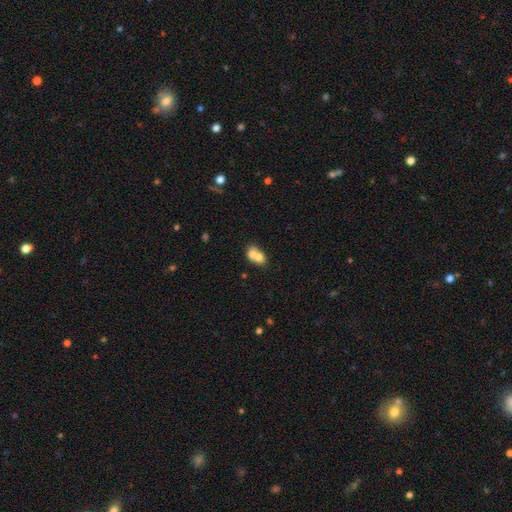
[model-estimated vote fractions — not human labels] smooth 67%, featured or disk 23%, star or artifact 9%. Down the decision tree: how rounded — round (50%); merging — merger (73%).